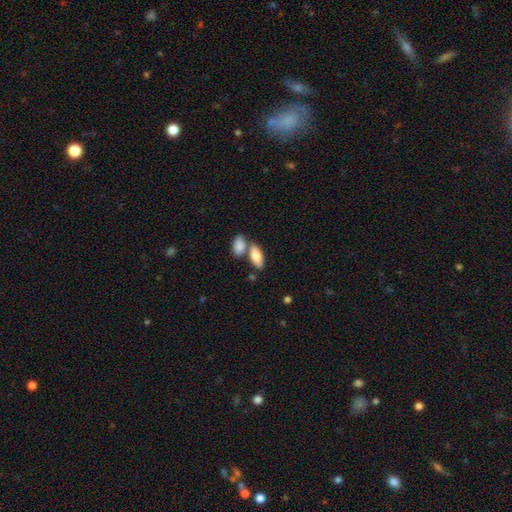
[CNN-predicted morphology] smooth-or-featured: smooth: 82% | featured or disk: 12% | star or artifact: 5%
  how-rounded: in between: 88% | cigar-shaped: 9% | round: 3%
  merging: none: 51% | merger: 36% | minor disturbance: 10% | major disturbance: 3%